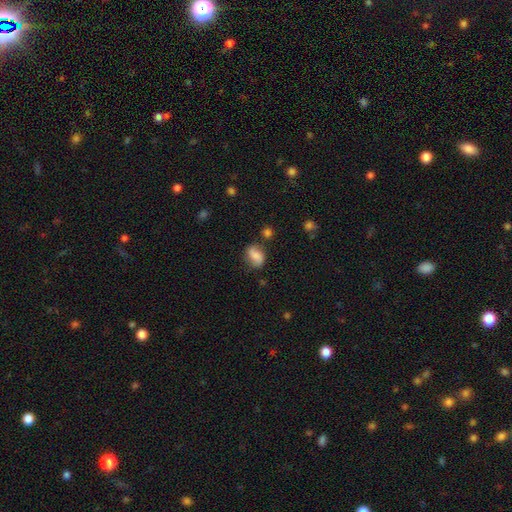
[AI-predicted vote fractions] This appears to be a smooth galaxy with no disk features (65%) that is in between round and cigar-shaped (76%). Merging: none (61%).